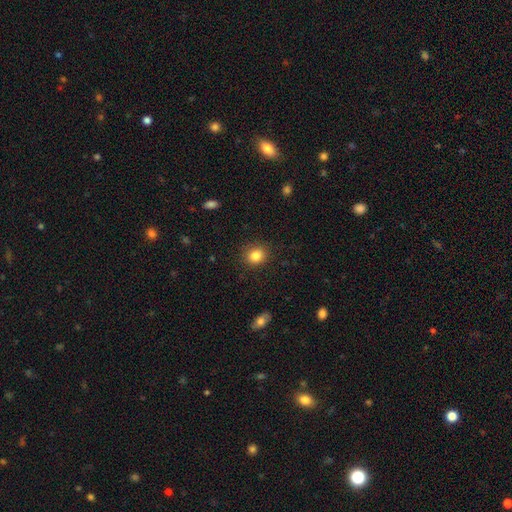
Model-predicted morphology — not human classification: Smooth or featured? smooth (85%)
How rounded? round (77%)
Merging? none (88%)